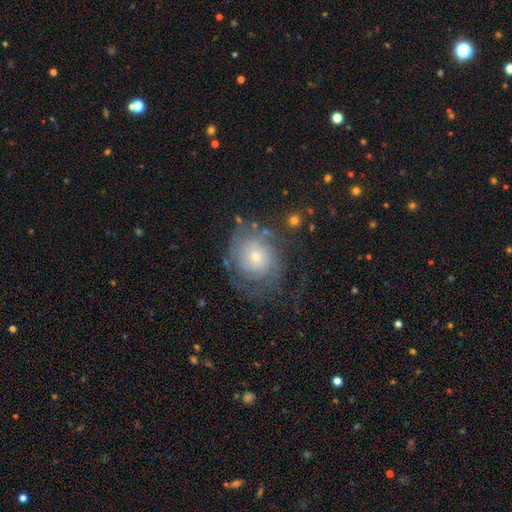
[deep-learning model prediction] smooth_or_featured: featured or disk (p=0.71) [alt: smooth p=0.22]
disk_edge_on: no (p=0.97) [alt: yes p=0.03]
bar: no (p=0.79) [alt: weak p=0.19]
has_spiral_arms: yes (p=0.88) [alt: no p=0.12]
spiral_winding: tight (p=0.62) [alt: medium p=0.27]
spiral_arm_count: can't tell (p=0.43) [alt: 2 p=0.26]
bulge_size: small (p=0.48) [alt: moderate p=0.43]
merging: none (p=0.60) [alt: minor disturbance p=0.19]